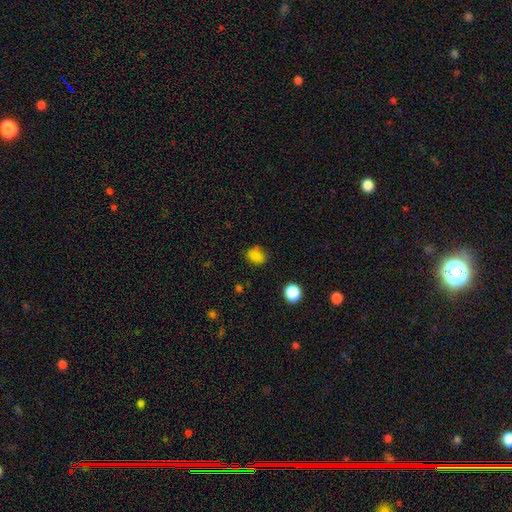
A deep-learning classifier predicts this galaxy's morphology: Smooth or featured: smooth — 80% (star or artifact — 15%)
How rounded: in between — 58% (round — 41%)
Merging: none — 68% (minor disturbance — 22%)